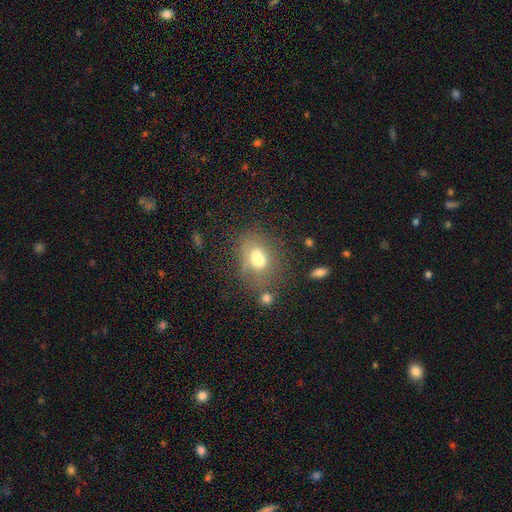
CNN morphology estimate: smooth_or_featured: smooth (p=0.65) [alt: featured or disk p=0.22]
how_rounded: in between (p=0.68) [alt: round p=0.30]
merging: none (p=0.44) [alt: merger p=0.25]